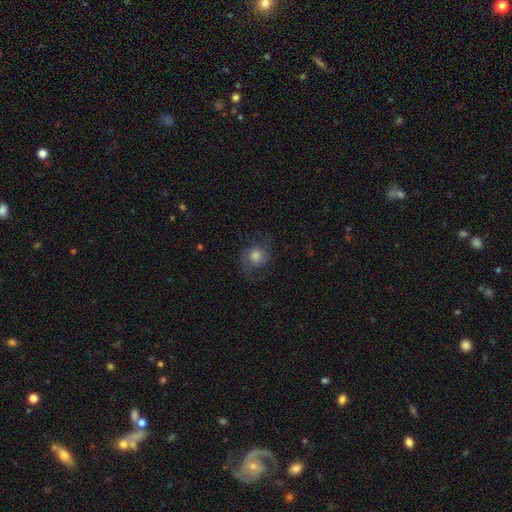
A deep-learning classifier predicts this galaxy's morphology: This appears to be a smooth galaxy with no disk features (47%). Merging: none (66%).